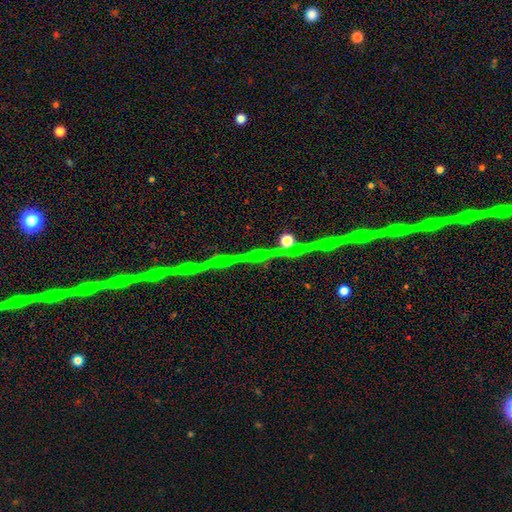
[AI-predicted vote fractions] Smooth or featured: star or artifact — 69% (featured or disk — 21%)